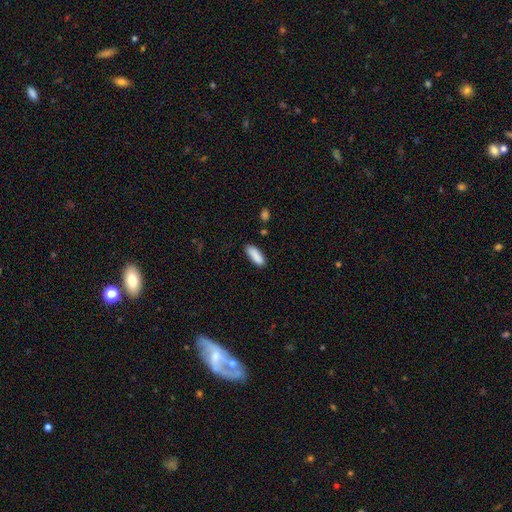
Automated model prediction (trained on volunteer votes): The model was most divided on "how rounded": in between: 68%, cigar-shaped: 30%, round: 2%. More confident: smooth or featured — smooth (89%); merging — none (83%).